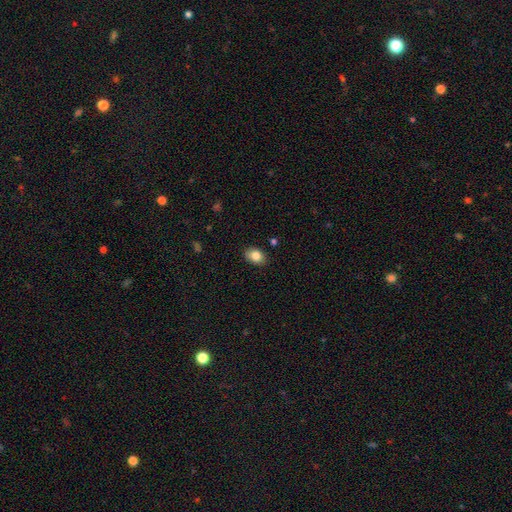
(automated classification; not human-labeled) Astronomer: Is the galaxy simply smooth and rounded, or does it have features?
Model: smooth — 84%.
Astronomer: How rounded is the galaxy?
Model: in between — 76%.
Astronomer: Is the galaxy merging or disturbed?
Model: none — 86%.